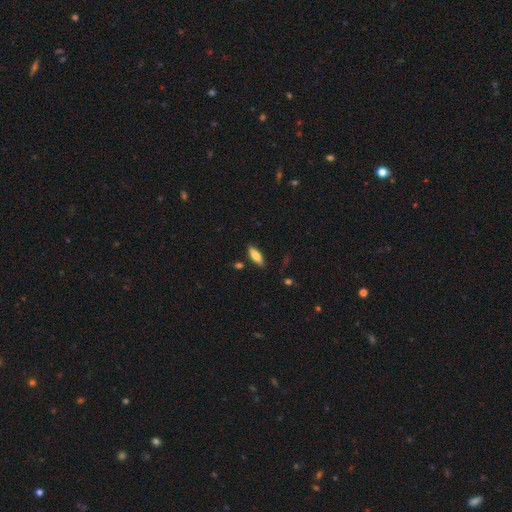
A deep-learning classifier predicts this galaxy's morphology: type=smooth (72%); roundness=in between (62%); merging=none (85%).